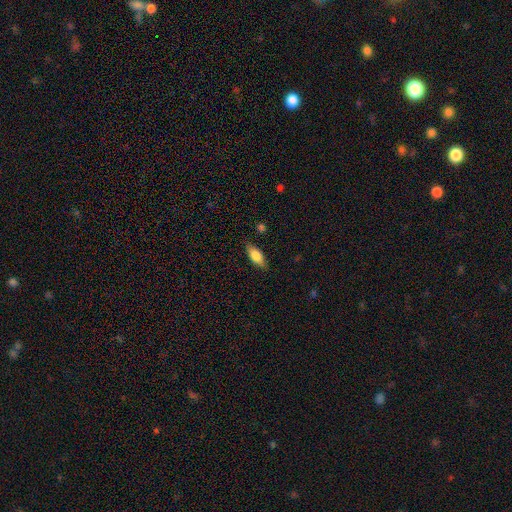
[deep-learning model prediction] Smooth or featured? Predicted: smooth (p=0.74). How rounded? Predicted: in between (p=0.80). Merging? Predicted: none (p=0.84).